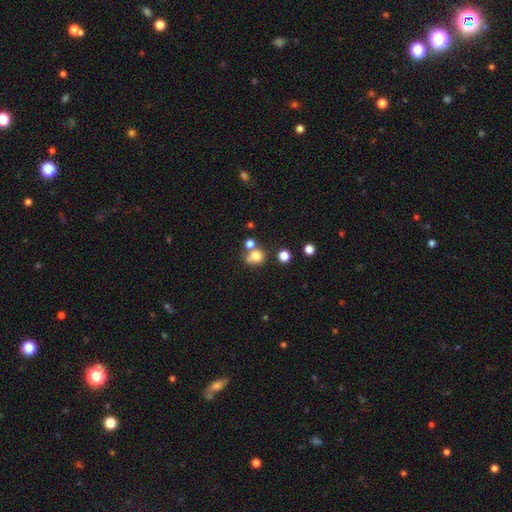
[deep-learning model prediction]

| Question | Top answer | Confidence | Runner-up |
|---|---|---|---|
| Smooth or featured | smooth | 76% | star or artifact (14%) |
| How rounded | round | 77% | in between (22%) |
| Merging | none | 47% | merger (34%) |